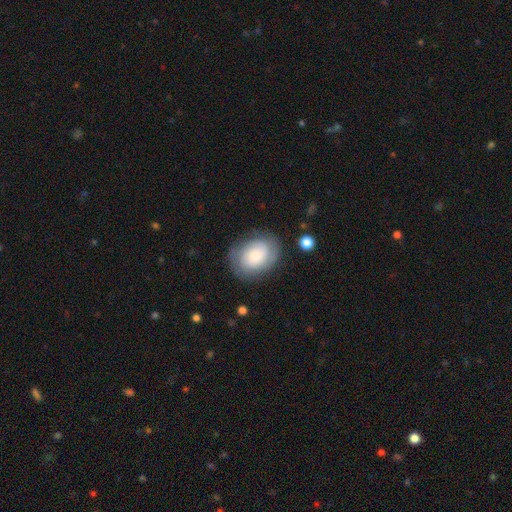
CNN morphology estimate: Smooth or featured?
  - smooth: 47% *
  - featured or disk: 45%
  - star or artifact: 8%
Merging?
  - none: 75% *
  - minor disturbance: 17%
  - major disturbance: 7%
  - merger: 2%